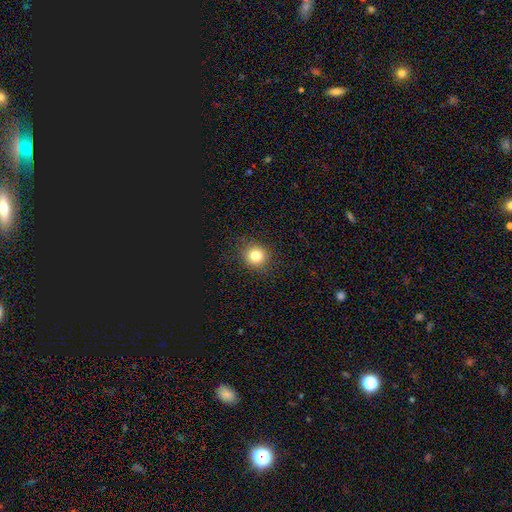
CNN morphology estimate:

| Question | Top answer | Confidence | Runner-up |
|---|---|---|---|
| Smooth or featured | smooth | 82% | star or artifact (12%) |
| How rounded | round | 89% | in between (10%) |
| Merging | none | 90% | minor disturbance (7%) |